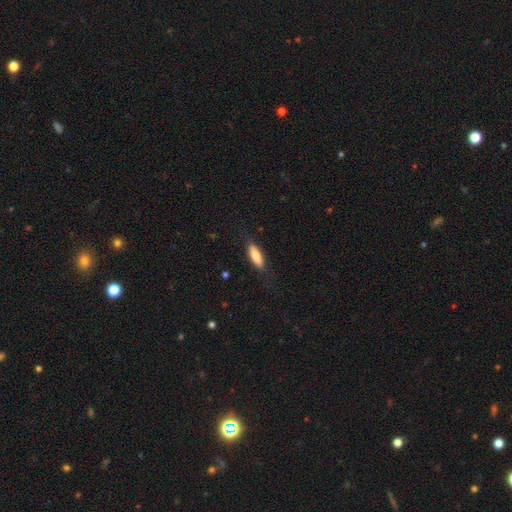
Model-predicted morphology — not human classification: smooth 82%, featured or disk 12%, star or artifact 6%. Down the decision tree: how rounded — in between (52%); merging — none (79%).